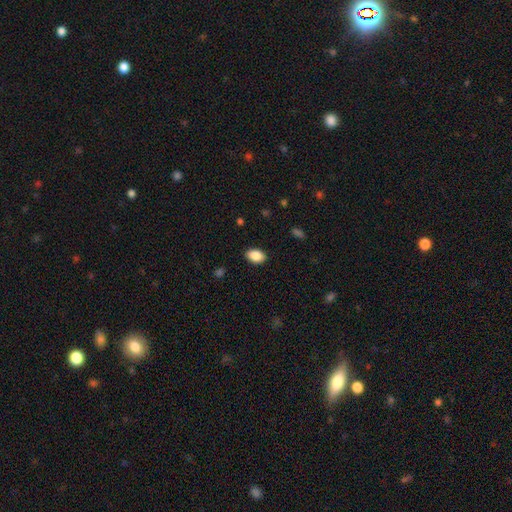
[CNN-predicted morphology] type=smooth (88%); roundness=in between (88%); merging=none (87%).